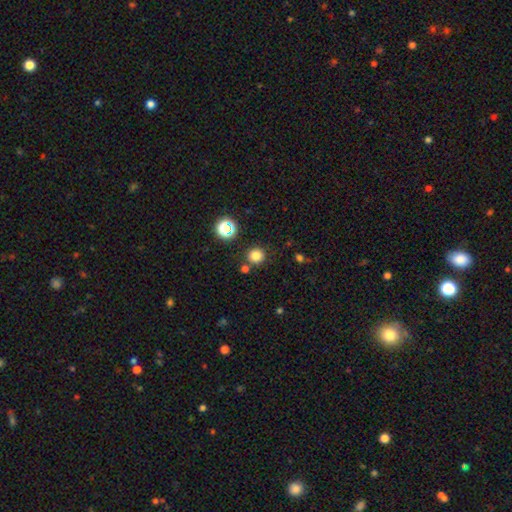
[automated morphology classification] Overall: smooth (79%). How rounded: round (93%). Merging: none (81%).